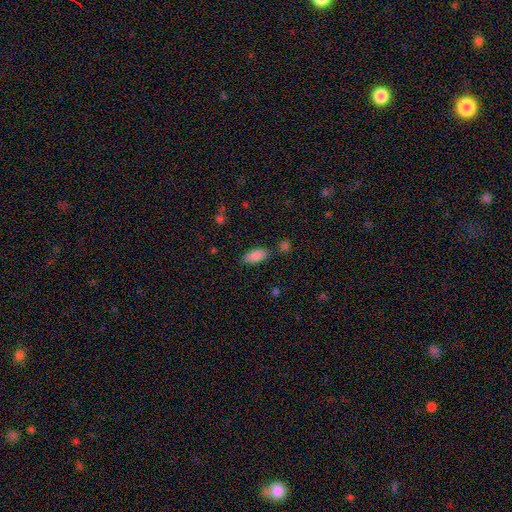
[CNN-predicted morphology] Q: Smooth or featured?
A: smooth (87%); runner-up: star or artifact (8%)
Q: How rounded?
A: in between (90%); runner-up: cigar-shaped (8%)
Q: Merging?
A: none (78%); runner-up: minor disturbance (13%)